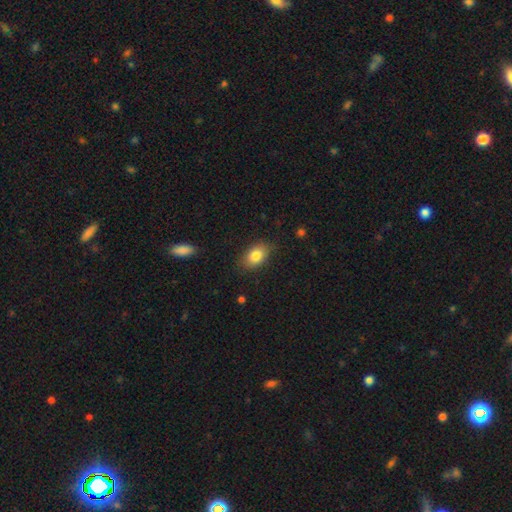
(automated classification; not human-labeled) A smooth galaxy with no disk features (84%) that is in between round and cigar-shaped (87%). Merging: none (82%).